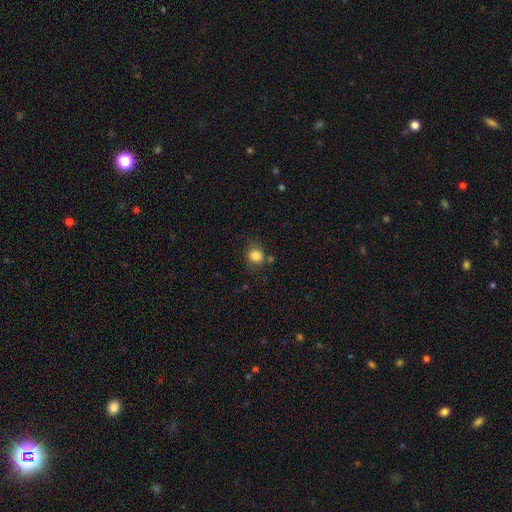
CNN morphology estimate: smooth_or_featured: smooth (p=0.84) [alt: star or artifact p=0.10]
how_rounded: round (p=0.70) [alt: in between p=0.29]
merging: none (p=0.71) [alt: minor disturbance p=0.17]